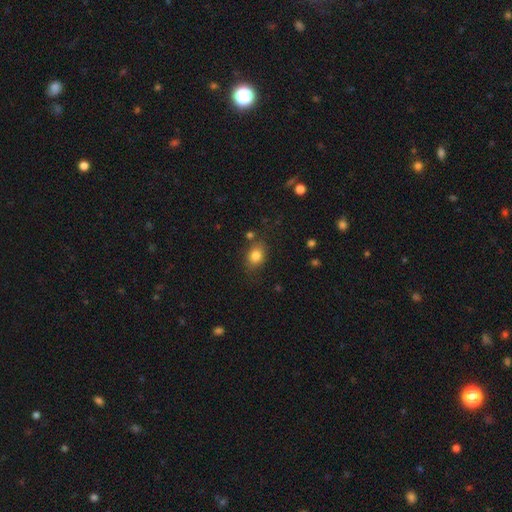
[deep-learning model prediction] A smooth galaxy with no disk features (81%) that is in between round and cigar-shaped (59%). Merging: none (75%).